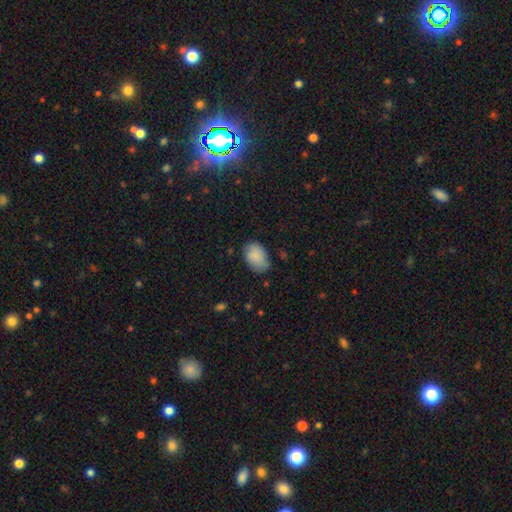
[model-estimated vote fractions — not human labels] Morphology: type=smooth (85%); roundness=in between (82%); merging=none (67%).